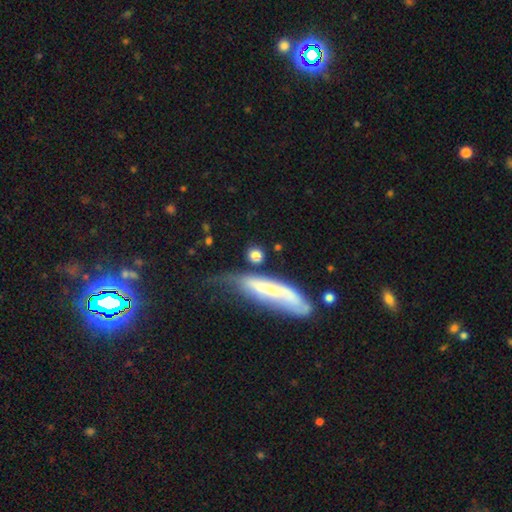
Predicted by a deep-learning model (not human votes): This is likely a smooth galaxy (78%). How rounded: likely round (62%). Merging: likely none (66%).